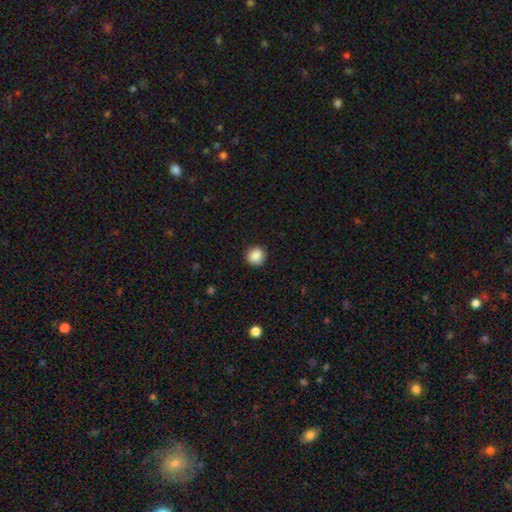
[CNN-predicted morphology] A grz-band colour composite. It shows a smooth galaxy with no disk features (88%) that is round (92%). Merging: none (91%).